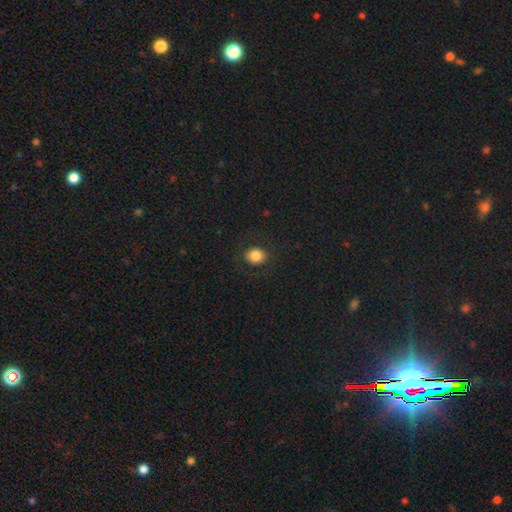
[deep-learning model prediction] smooth_or_featured: smooth (p=0.83) [alt: star or artifact p=0.09]
how_rounded: round (p=0.69) [alt: in between p=0.30]
merging: none (p=0.87) [alt: minor disturbance p=0.08]